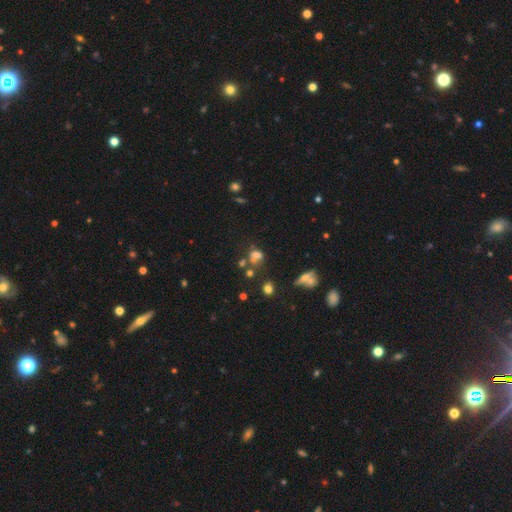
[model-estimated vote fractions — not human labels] Smooth or featured? Predicted: smooth (p=0.55). How rounded? Predicted: in between (p=0.50). Merging? Predicted: none (p=0.38).